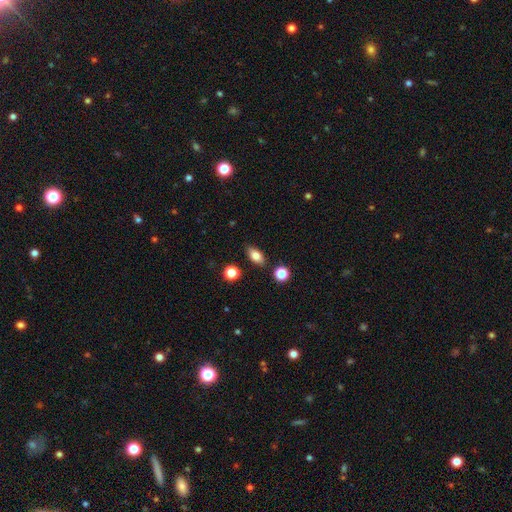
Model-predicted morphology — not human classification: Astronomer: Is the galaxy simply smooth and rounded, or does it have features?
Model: smooth — 80%.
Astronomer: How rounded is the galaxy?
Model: in between — 85%.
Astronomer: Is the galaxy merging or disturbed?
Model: none — 85%.